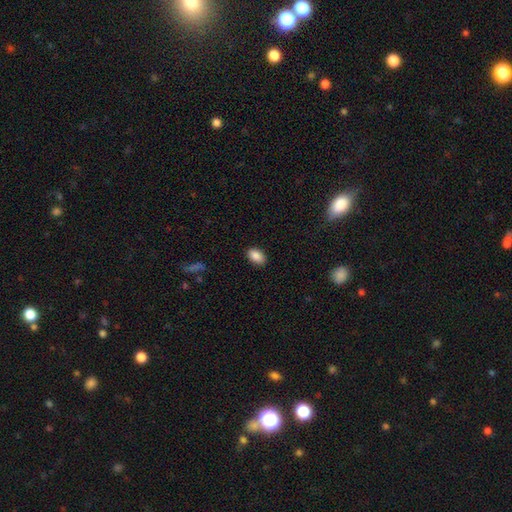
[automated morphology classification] Smooth or featured? Predicted: smooth (p=0.88). How rounded? Predicted: in between (p=0.91). Merging? Predicted: none (p=0.88).